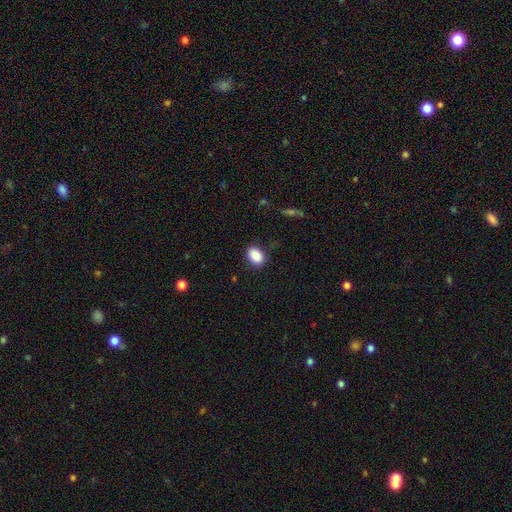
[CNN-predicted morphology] A smooth galaxy with no disk features (89%) that is in between round and cigar-shaped (81%). Merging: none (84%).